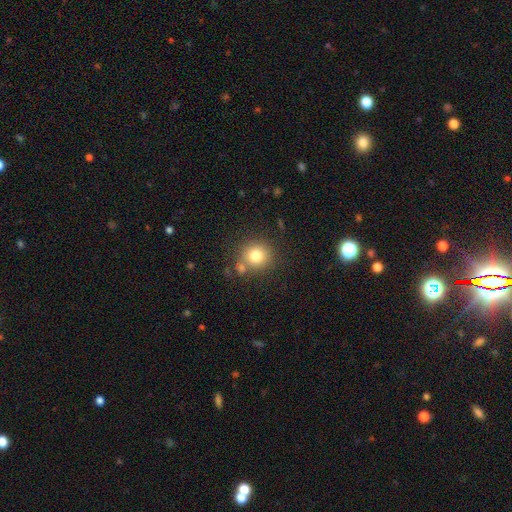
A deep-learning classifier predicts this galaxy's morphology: This is likely a smooth galaxy (79%). How rounded: clearly round (90%). Merging: likely none (73%).